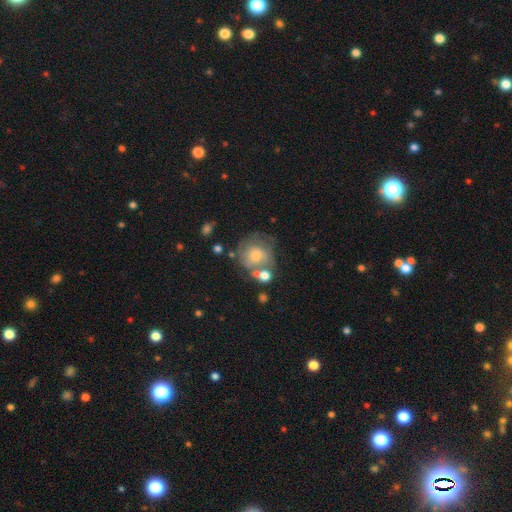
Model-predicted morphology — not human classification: Overall: smooth (47%; featured or disk 44%). Merging: none (43%; minor disturbance 20%).